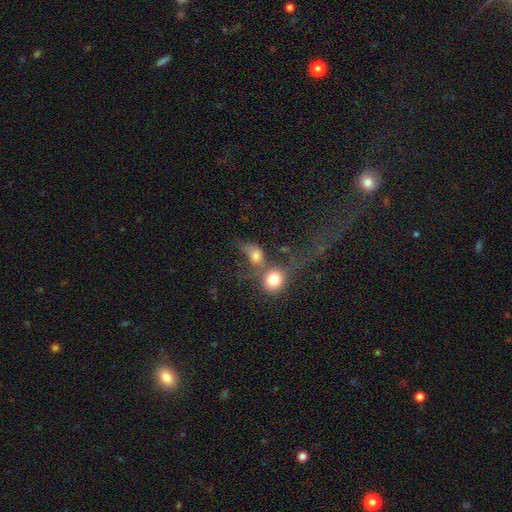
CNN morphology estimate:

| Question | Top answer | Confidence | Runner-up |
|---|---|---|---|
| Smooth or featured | smooth | 70% | featured or disk (18%) |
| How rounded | round | 53% | in between (44%) |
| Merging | merger | 58% | major disturbance (17%) |